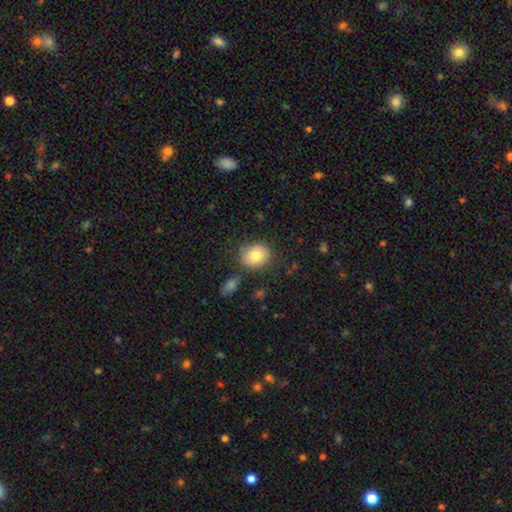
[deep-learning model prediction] This appears to be a smooth galaxy with no disk features (82%) that is round (61%). Merging: none (78%).